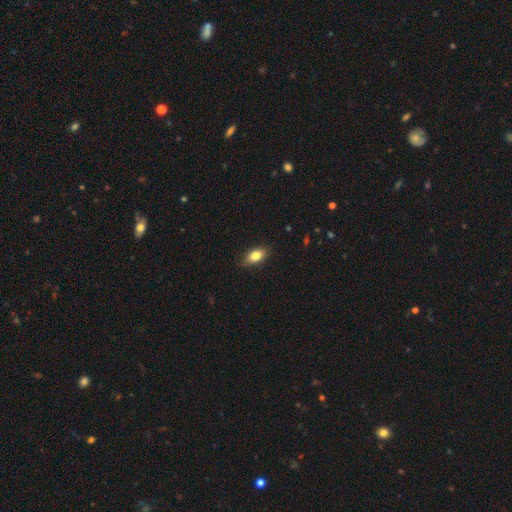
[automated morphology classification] Smooth or featured? smooth (81%)
How rounded? in between (87%)
Merging? none (86%)